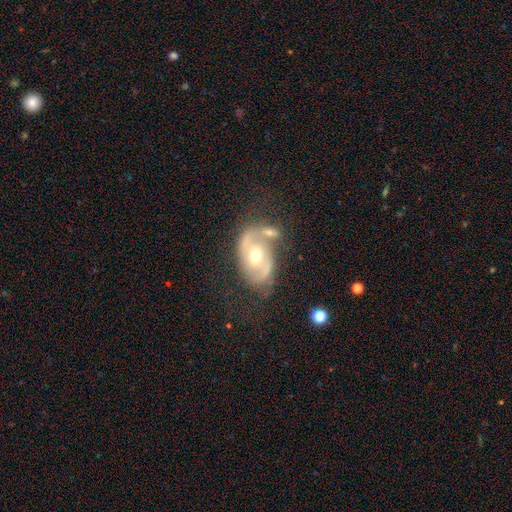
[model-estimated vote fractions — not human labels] featured or disk 76%, smooth 17%, star or artifact 7%. Down the decision tree: edge-on disk — no (96%); bar — no (60%); spiral arms — yes (78%); spiral arm count — 2 (75%); spiral winding — medium (44%); bulge size — moderate (70%); merging — none (46%).